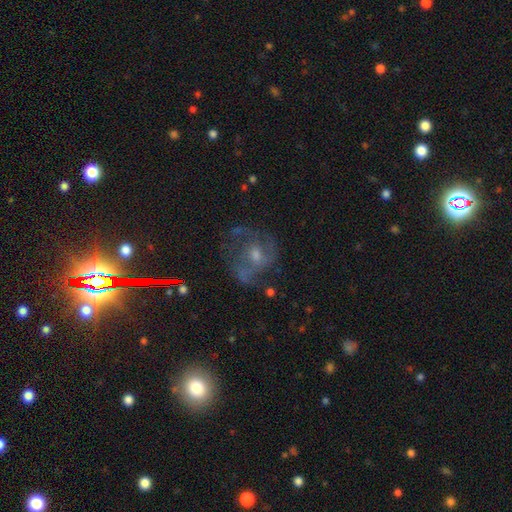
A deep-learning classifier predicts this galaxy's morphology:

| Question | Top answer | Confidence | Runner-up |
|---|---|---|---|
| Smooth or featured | featured or disk | 68% | smooth (20%) |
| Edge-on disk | no | 98% | yes (2%) |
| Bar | no | 59% | weak (35%) |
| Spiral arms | yes | 72% | no (28%) |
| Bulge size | moderate | 49% | small (38%) |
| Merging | none | 51% | major disturbance (26%) |